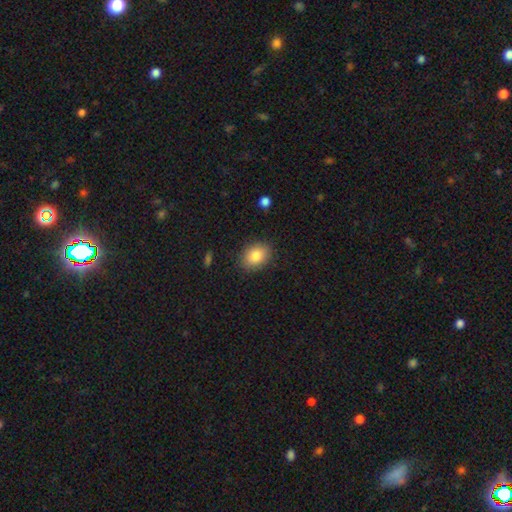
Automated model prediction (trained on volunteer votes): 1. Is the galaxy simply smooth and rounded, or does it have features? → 84% smooth, 8% star or artifact, 8% featured or disk.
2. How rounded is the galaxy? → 66% in between, 33% round, 1% cigar-shaped.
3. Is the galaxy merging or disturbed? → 86% none, 10% minor disturbance, 3% major disturbance, 1% merger.